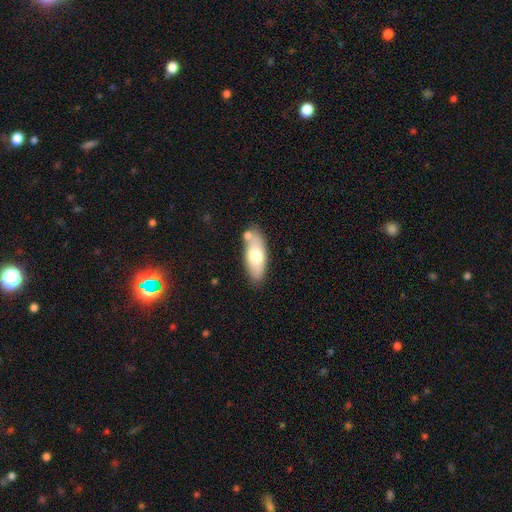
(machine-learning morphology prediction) A smooth galaxy with no disk features (69%) that is in between round and cigar-shaped (78%). Merging: none (69%).